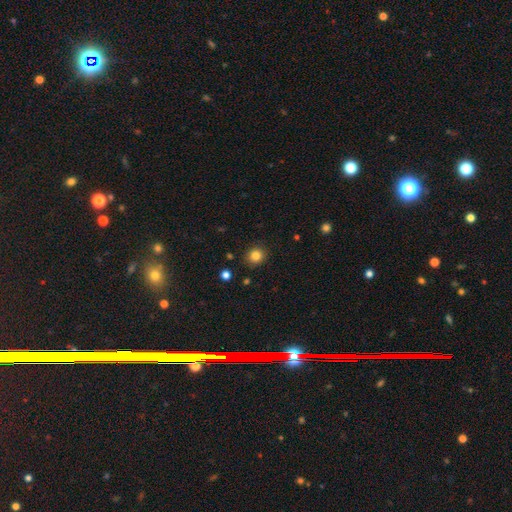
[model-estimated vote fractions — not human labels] smooth 83%, star or artifact 11%, featured or disk 5%. Down the decision tree: how rounded — round (85%); merging — none (89%).